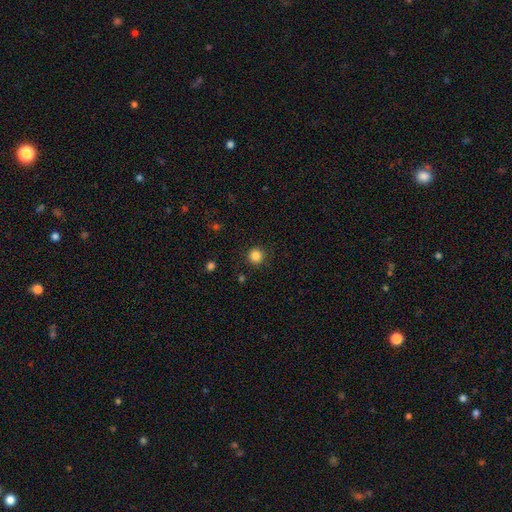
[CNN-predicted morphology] Overall: smooth (86%). How rounded: round (93%). Merging: none (89%).